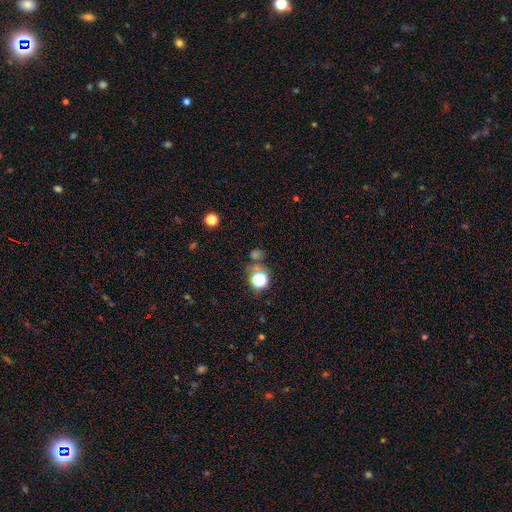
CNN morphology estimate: Smooth or featured? star or artifact (50%)